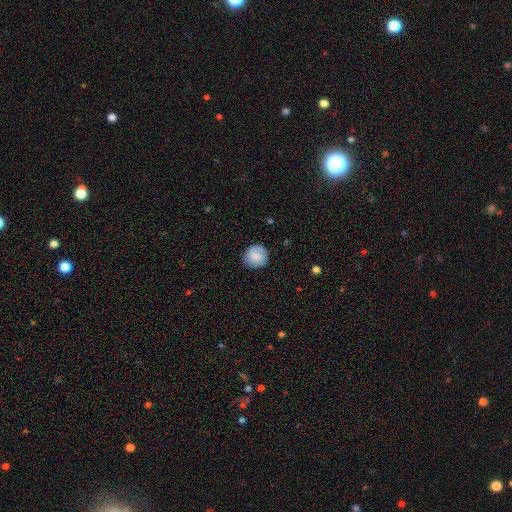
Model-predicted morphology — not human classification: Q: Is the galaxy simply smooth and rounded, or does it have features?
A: smooth — 81%.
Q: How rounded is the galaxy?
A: round — 92%.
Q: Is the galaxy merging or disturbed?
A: none — 86%.